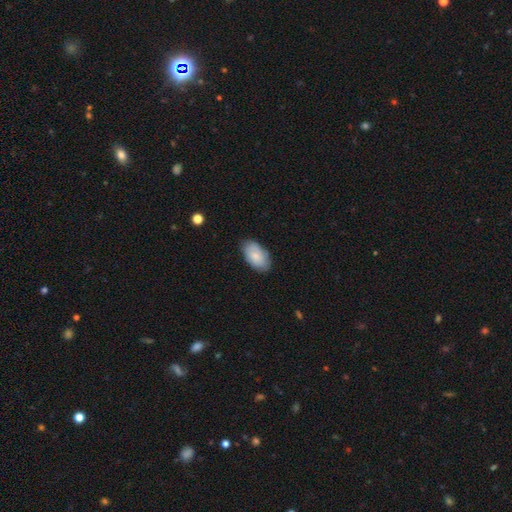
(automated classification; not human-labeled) Smooth or featured: smooth — 76% (featured or disk — 18%)
How rounded: in between — 94% (round — 4%)
Merging: none — 82% (minor disturbance — 14%)